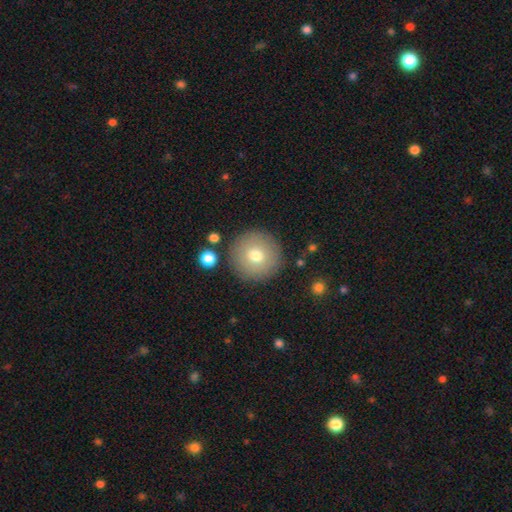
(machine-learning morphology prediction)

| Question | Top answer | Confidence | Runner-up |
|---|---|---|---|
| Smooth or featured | smooth | 74% | featured or disk (16%) |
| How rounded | round | 96% | in between (3%) |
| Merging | none | 88% | minor disturbance (7%) |